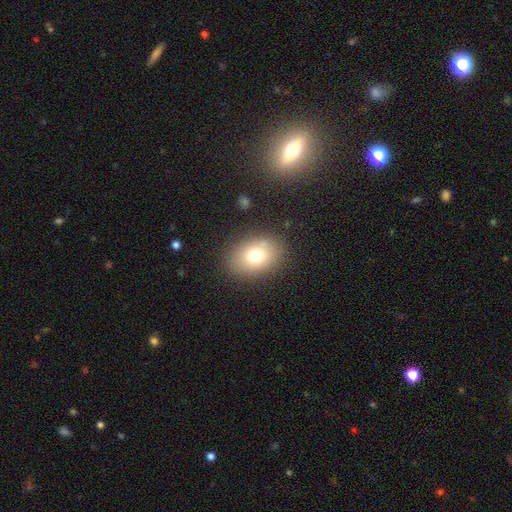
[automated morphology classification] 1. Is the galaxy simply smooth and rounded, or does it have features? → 73% smooth, 15% featured or disk, 12% star or artifact.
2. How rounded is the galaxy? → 68% in between, 31% round, 1% cigar-shaped.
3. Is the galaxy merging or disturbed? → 83% none, 11% minor disturbance, 5% major disturbance, 2% merger.